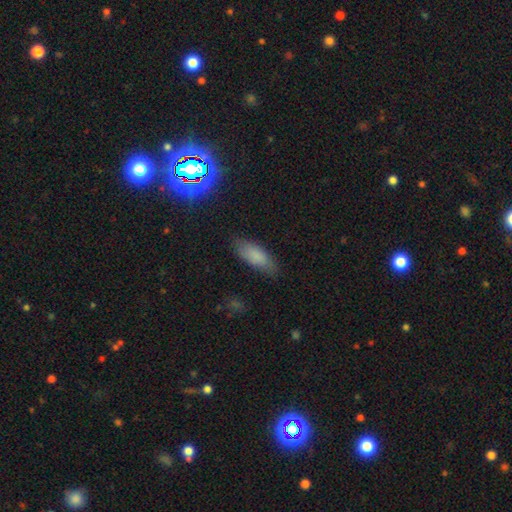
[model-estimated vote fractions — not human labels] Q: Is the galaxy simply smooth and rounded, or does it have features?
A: smooth — 82%.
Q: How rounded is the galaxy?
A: in between — 75%.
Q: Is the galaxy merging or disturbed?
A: none — 78%.